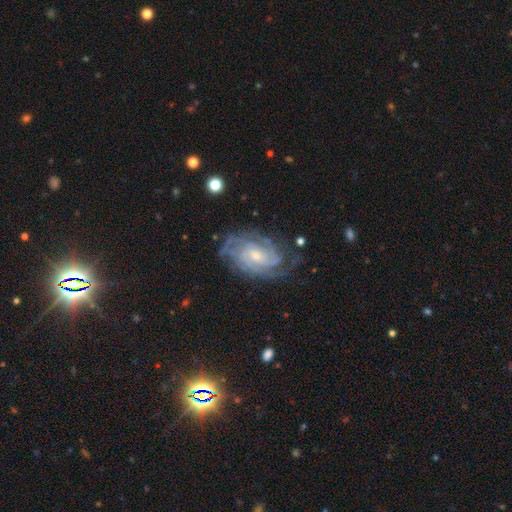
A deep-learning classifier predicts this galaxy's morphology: Smooth or featured? Predicted: featured or disk (p=0.87). Edge-on disk? Predicted: no (p=0.96). Bar? Predicted: no (p=0.55). Spiral arms? Predicted: yes (p=0.97). Spiral winding? Predicted: tight (p=0.68). Spiral arm count? Predicted: can't tell (p=0.29). Bulge size? Predicted: small (p=0.56). Merging? Predicted: none (p=0.73).